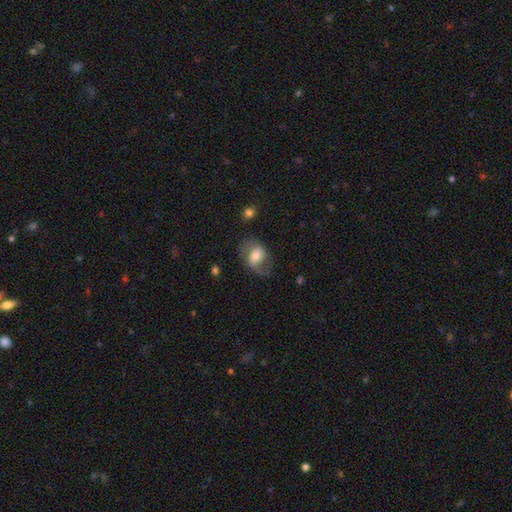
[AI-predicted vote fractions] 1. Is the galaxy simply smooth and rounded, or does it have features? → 57% featured or disk, 36% smooth, 7% star or artifact.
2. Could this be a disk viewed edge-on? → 96% no, 4% yes.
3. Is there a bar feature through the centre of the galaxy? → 43% weak, 35% no, 22% strong.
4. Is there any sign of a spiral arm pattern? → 83% yes, 17% no.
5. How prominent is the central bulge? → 58% moderate, 24% small, 14% large, 2% none, 2% dominant.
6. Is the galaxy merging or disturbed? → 57% none, 22% minor disturbance, 19% major disturbance, 2% merger.